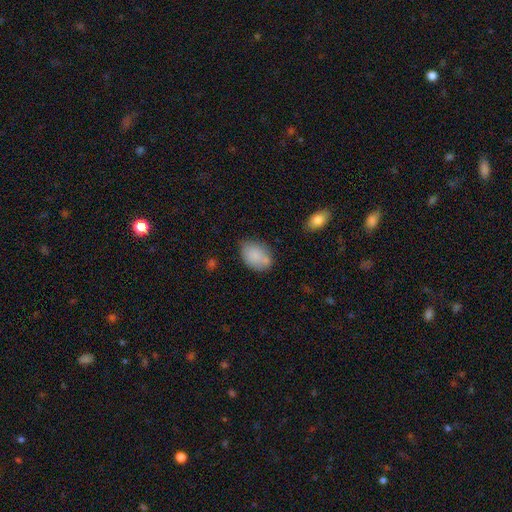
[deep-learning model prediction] Morphology: type=smooth (83%); roundness=in between (83%); merging=none (65%).